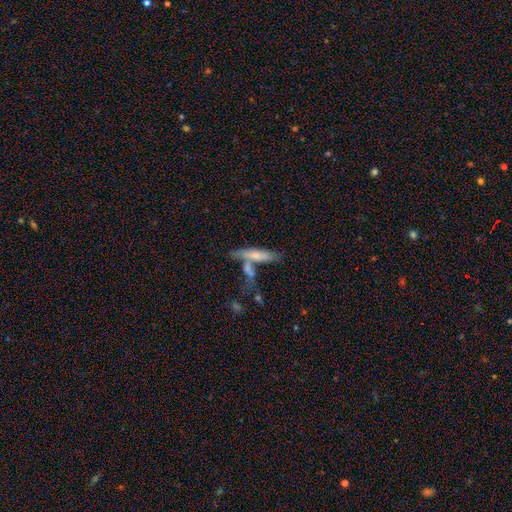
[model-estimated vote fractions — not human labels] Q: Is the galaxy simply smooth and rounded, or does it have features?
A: smooth — 61%.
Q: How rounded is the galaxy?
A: cigar-shaped — 75%.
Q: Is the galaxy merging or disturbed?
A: none — 47%.